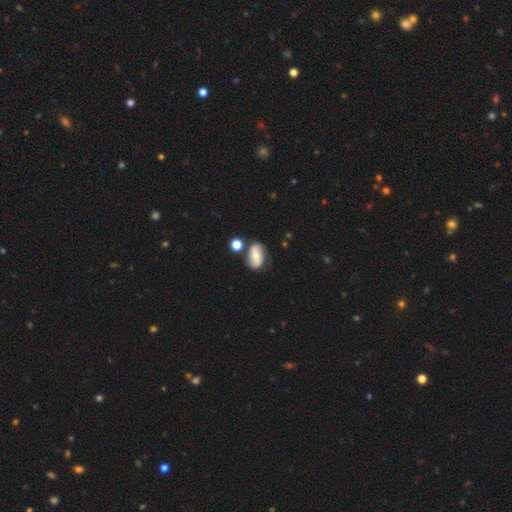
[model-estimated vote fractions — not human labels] smooth-or-featured: featured or disk: 49% | smooth: 42% | star or artifact: 9%
  merging: none: 69% | minor disturbance: 16% | merger: 11% | major disturbance: 4%